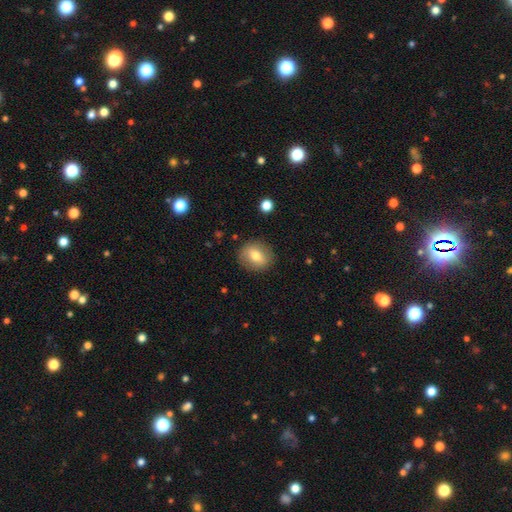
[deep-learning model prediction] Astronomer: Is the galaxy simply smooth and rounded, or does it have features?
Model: smooth — 70%.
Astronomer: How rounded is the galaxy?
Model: round — 74%.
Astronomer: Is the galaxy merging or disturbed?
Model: none — 87%.